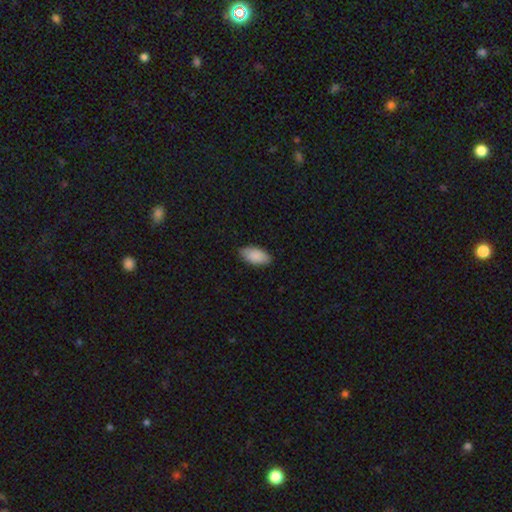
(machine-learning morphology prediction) Smooth or featured: smooth — 89% (star or artifact — 6%)
How rounded: in between — 94% (cigar-shaped — 3%)
Merging: none — 84% (minor disturbance — 13%)